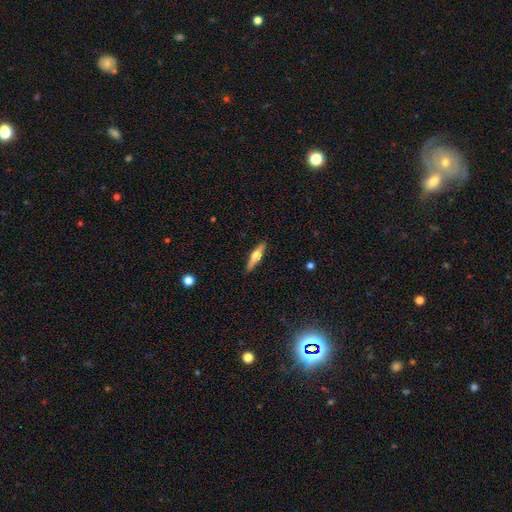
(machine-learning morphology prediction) smooth-or-featured: featured or disk: 58% | smooth: 37% | star or artifact: 5%
  disk-edge-on: yes: 96% | no: 4%
    edge-on-bulge: rounded: 93% | boxy: 4% | none: 3%
  merging: none: 90% | minor disturbance: 7% | major disturbance: 2% | merger: 1%